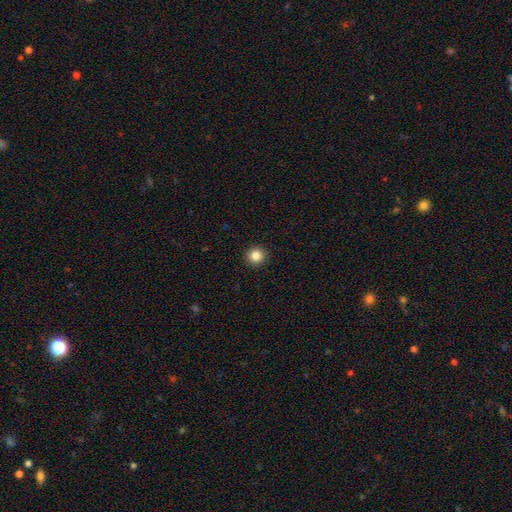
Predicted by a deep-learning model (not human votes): smooth_or_featured: smooth (p=0.85) [alt: star or artifact p=0.11]
how_rounded: round (p=0.94) [alt: in between p=0.05]
merging: none (p=0.93) [alt: minor disturbance p=0.05]